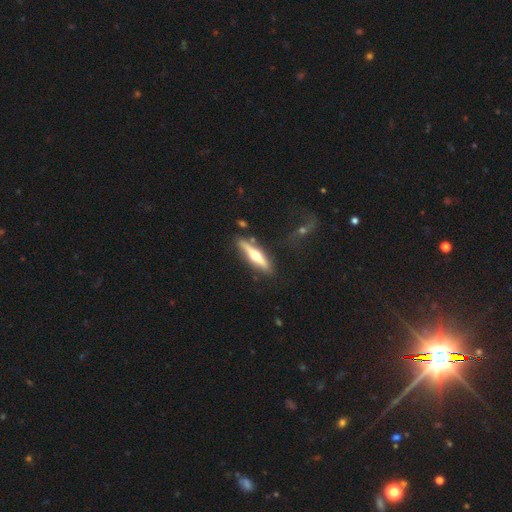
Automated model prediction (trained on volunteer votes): smooth-or-featured: featured or disk: 62% | smooth: 33% | star or artifact: 5%
  disk-edge-on: yes: 95% | no: 5%
    edge-on-bulge: rounded: 91% | none: 5% | boxy: 4%
  merging: none: 80% | minor disturbance: 12% | merger: 5% | major disturbance: 3%